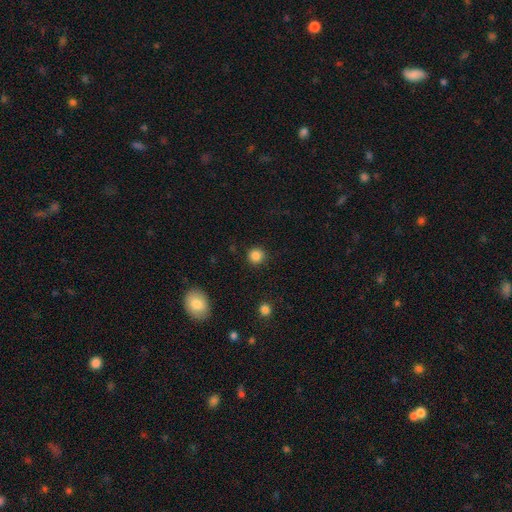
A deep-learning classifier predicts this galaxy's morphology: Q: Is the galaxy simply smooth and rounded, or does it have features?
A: smooth — 85%.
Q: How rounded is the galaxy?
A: round — 93%.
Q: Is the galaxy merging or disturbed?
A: none — 90%.